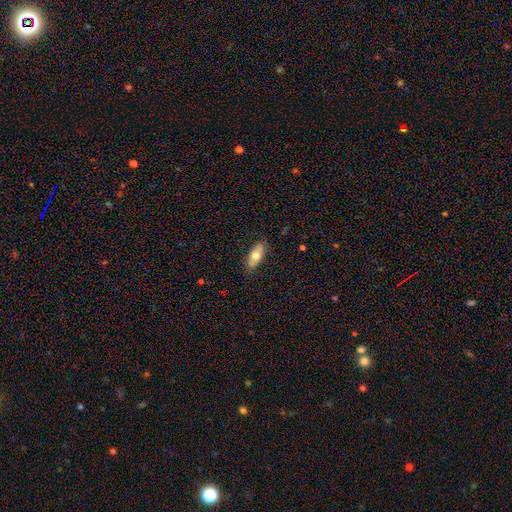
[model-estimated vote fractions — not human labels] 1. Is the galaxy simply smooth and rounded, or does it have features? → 69% smooth, 24% featured or disk, 7% star or artifact.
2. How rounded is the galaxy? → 81% in between, 16% cigar-shaped, 3% round.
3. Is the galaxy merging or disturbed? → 84% none, 13% minor disturbance, 2% major disturbance, 1% merger.